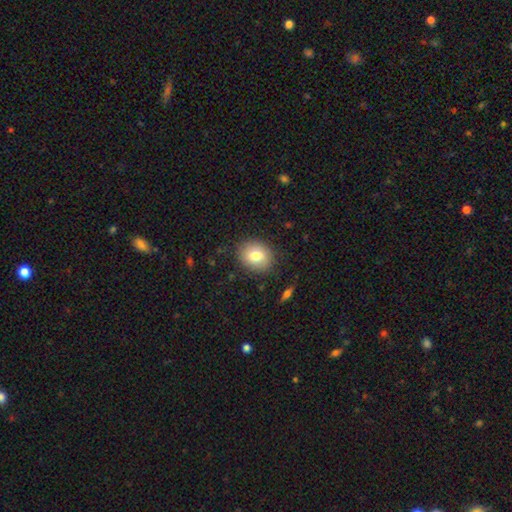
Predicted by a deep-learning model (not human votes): Overall: smooth (78%). How rounded: round (65%; in between 34%). Merging: none (87%).